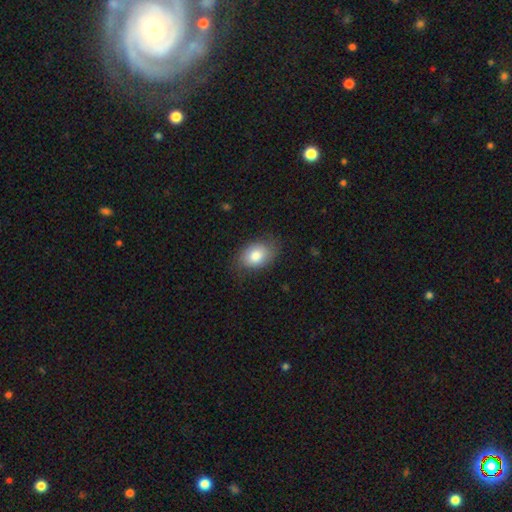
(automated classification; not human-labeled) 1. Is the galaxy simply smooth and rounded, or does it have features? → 81% smooth, 12% featured or disk, 7% star or artifact.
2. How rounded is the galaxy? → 83% in between, 16% round, 1% cigar-shaped.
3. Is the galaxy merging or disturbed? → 73% none, 20% minor disturbance, 6% major disturbance, 1% merger.